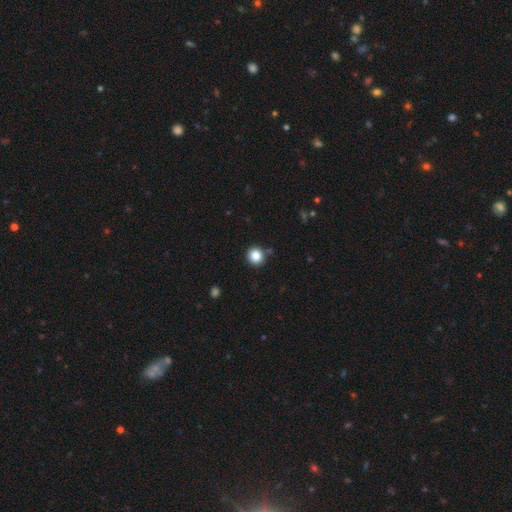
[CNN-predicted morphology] Q: Smooth or featured?
A: smooth (85%); runner-up: star or artifact (11%)
Q: How rounded?
A: round (91%); runner-up: in between (8%)
Q: Merging?
A: none (87%); runner-up: minor disturbance (7%)